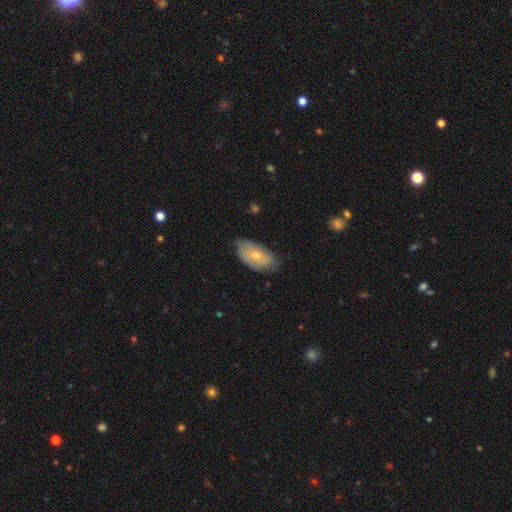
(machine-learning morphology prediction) Smooth or featured? smooth (63%)
How rounded? in between (93%)
Merging? none (65%)